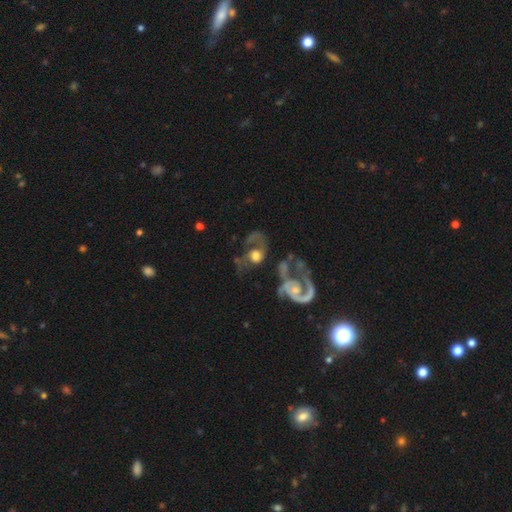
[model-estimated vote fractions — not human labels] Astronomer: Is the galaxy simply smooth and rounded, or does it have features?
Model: featured or disk — 66%.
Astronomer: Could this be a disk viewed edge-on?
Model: no — 96%.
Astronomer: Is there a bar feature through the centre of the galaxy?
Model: no — 76%.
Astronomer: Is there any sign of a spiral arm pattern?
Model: yes — 71%.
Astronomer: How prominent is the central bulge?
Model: moderate — 50% (runner-up: large, 26%).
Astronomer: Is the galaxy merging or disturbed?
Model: merger — 33% (runner-up: major disturbance, 31%).